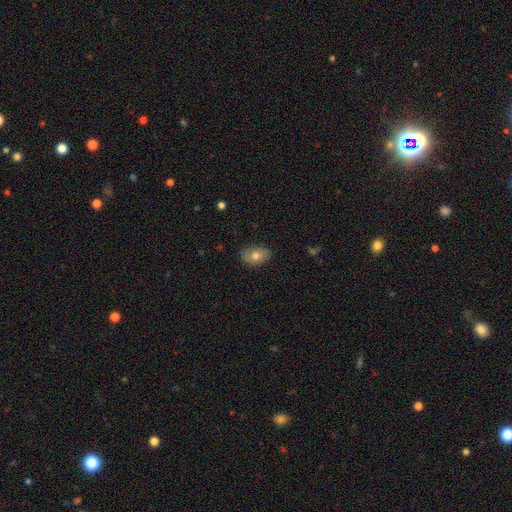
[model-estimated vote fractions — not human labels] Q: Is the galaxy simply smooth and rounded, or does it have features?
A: smooth — 73%.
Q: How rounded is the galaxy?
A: in between — 85%.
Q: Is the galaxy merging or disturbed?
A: none — 82%.